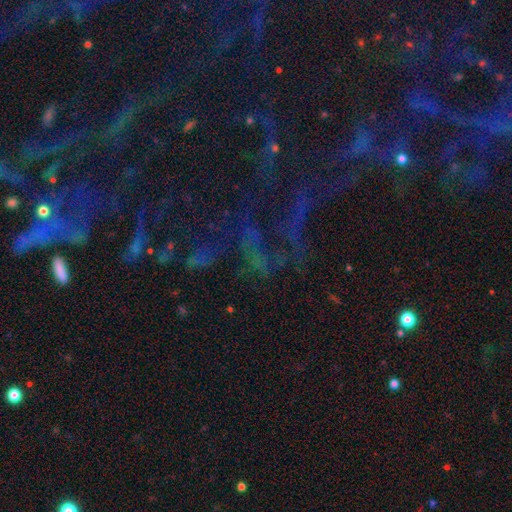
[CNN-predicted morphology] A star or artifact, not a galaxy (73%).